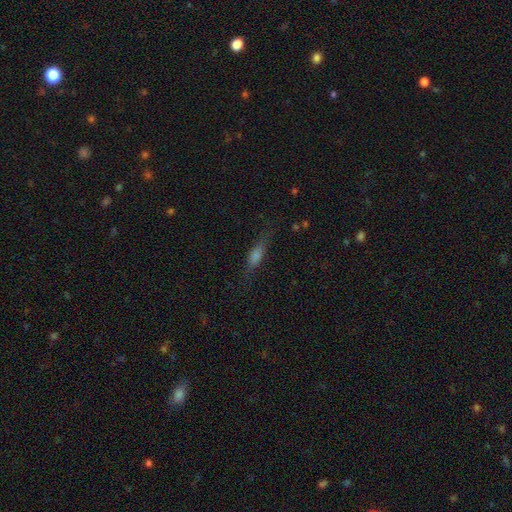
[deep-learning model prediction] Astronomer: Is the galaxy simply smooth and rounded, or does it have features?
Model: smooth — 46% (runner-up: featured or disk, 40%).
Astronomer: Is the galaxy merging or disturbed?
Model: none — 76%.